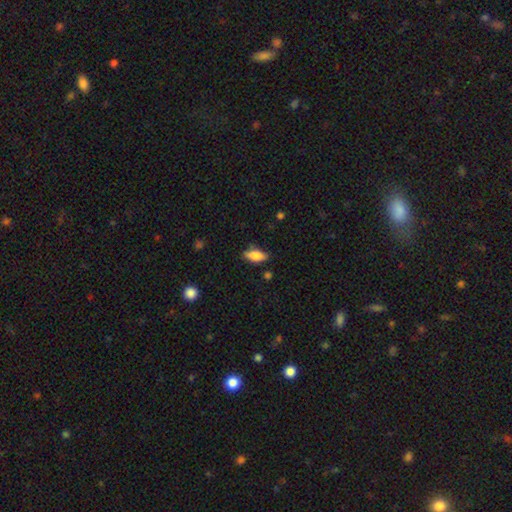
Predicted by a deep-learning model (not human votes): The model was most divided on "smooth or featured": smooth: 75%, featured or disk: 18%, star or artifact: 7%. More confident: how rounded — in between (84%); merging — none (79%).